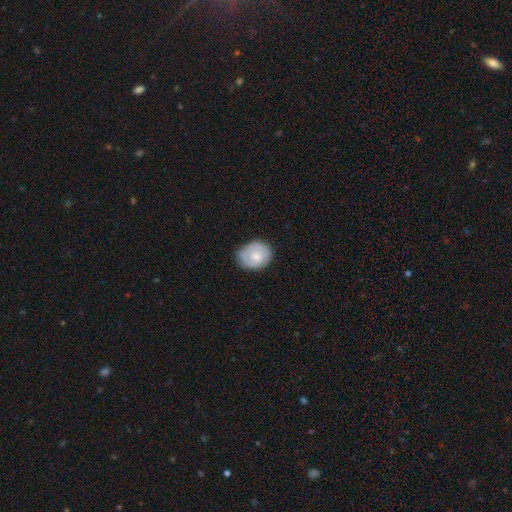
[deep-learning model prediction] smooth 56%, featured or disk 38%, star or artifact 6%. Down the decision tree: how rounded — round (60%); merging — none (68%).